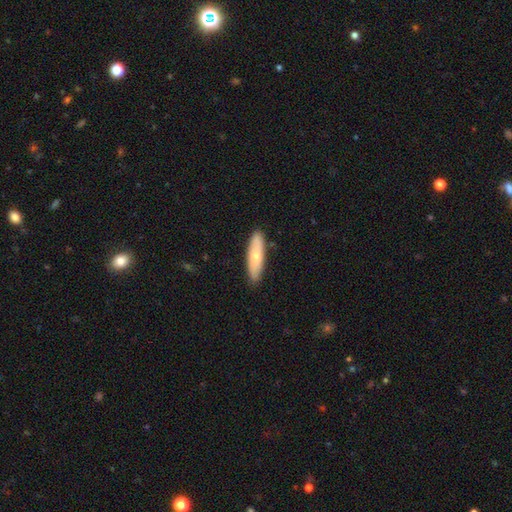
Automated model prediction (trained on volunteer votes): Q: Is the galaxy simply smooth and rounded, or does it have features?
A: smooth — 64%.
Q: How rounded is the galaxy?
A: cigar-shaped — 61%.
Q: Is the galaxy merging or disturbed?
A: none — 87%.